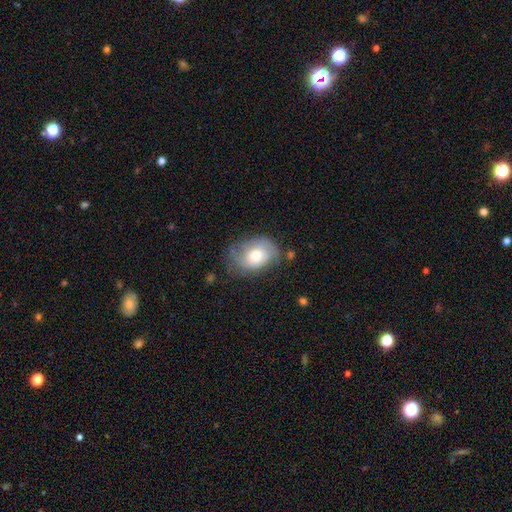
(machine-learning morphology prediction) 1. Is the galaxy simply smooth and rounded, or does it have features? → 53% smooth, 40% featured or disk, 7% star or artifact.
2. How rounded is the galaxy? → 72% in between, 27% round, 1% cigar-shaped.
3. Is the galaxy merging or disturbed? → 54% none, 30% minor disturbance, 13% major disturbance, 2% merger.